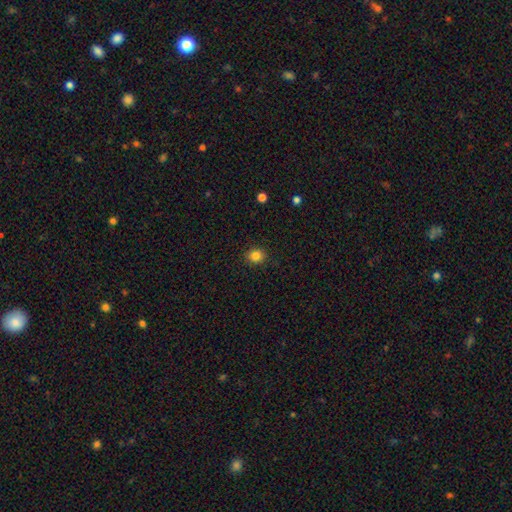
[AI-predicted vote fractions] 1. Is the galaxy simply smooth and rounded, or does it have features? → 84% smooth, 11% star or artifact, 5% featured or disk.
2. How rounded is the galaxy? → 76% round, 23% in between, 1% cigar-shaped.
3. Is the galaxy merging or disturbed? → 90% none, 7% minor disturbance, 2% major disturbance, 1% merger.